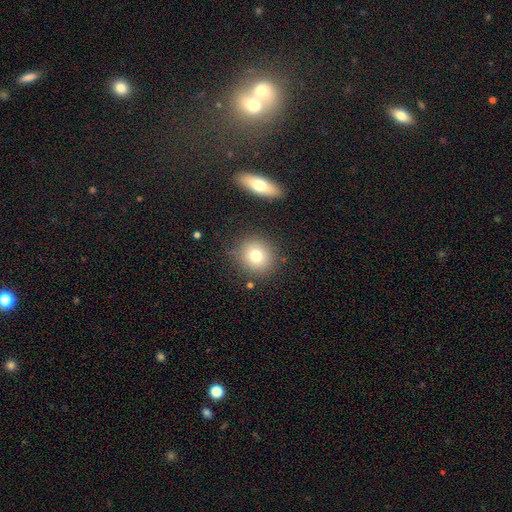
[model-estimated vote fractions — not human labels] smooth-or-featured: smooth: 76% | featured or disk: 12% | star or artifact: 12%
  how-rounded: round: 88% | in between: 11% | cigar-shaped: 1%
  merging: none: 83% | minor disturbance: 9% | merger: 4% | major disturbance: 3%